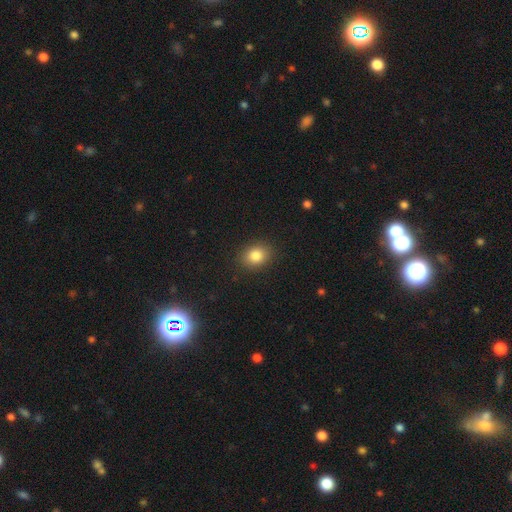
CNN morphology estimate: smooth 84%, star or artifact 10%, featured or disk 6%. Down the decision tree: how rounded — round (50%); merging — none (88%).